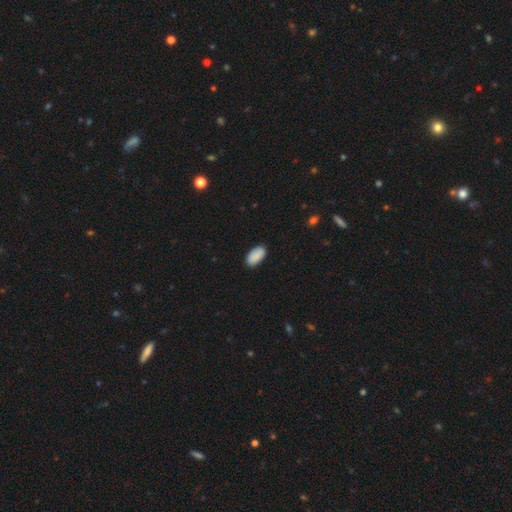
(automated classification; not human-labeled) Morphology: type=smooth (90%); roundness=in between (95%); merging=none (88%).